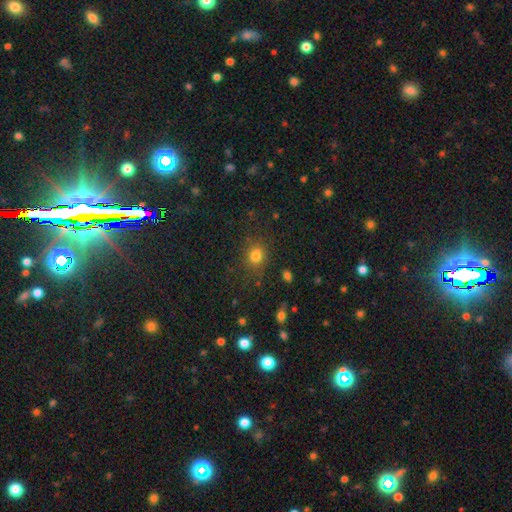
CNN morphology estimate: smooth_or_featured: smooth (p=0.79) [alt: star or artifact p=0.15]
how_rounded: round (p=0.76) [alt: in between p=0.23]
merging: none (p=0.80) [alt: minor disturbance p=0.12]